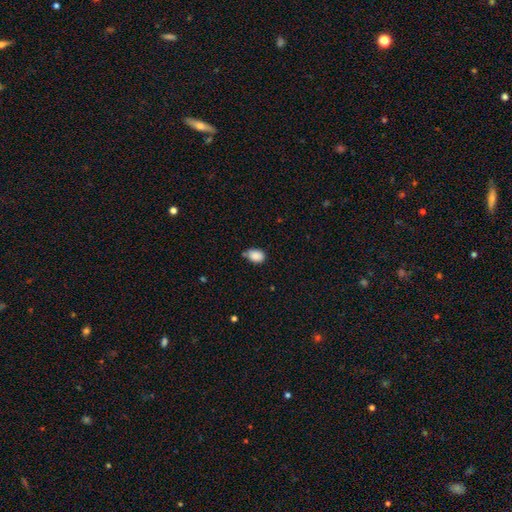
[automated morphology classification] A smooth galaxy with no disk features (87%) that is in between round and cigar-shaped (79%).

Vote fractions:
- Smooth or featured? smooth: 87% / star or artifact: 8% / featured or disk: 5%
- How rounded? in between: 79% / round: 20% / cigar-shaped: 1%
- Merging? none: 60% / minor disturbance: 29% / merger: 6% / major disturbance: 5%